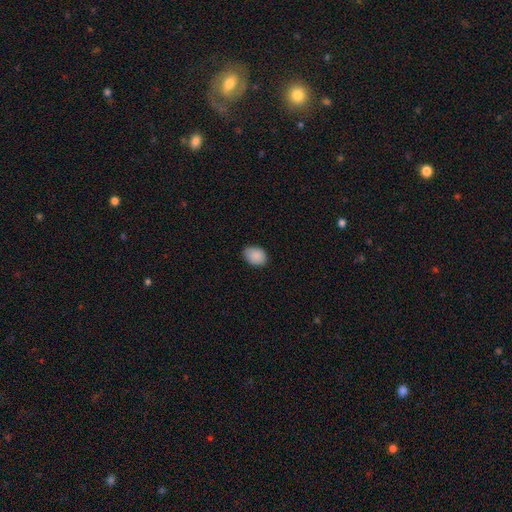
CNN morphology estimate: Smooth or featured? smooth (89%)
How rounded? in between (70%)
Merging? none (83%)